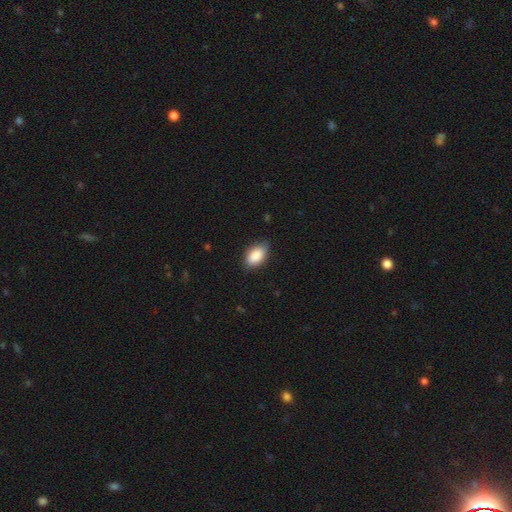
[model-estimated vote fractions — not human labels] Smooth or featured? Predicted: smooth (p=0.88). How rounded? Predicted: in between (p=0.92). Merging? Predicted: none (p=0.80).